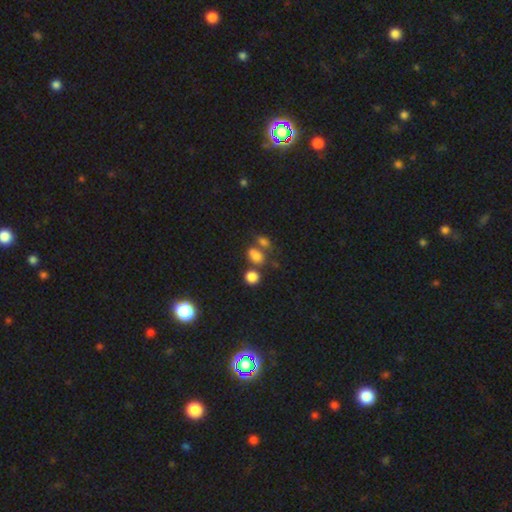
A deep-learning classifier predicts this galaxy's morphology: Smooth or featured? Predicted: smooth (p=0.75). How rounded? Predicted: in between (p=0.66). Merging? Predicted: none (p=0.44).